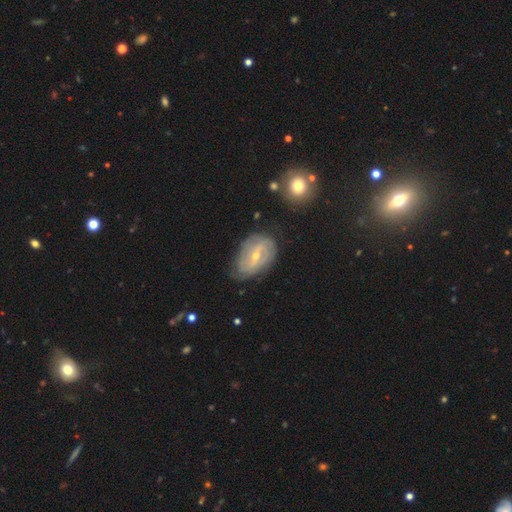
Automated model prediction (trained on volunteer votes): This appears to be a featured or disk galaxy (78%) with a weak bar (51%), tight (61%) spiral arms (86%) and a small central bulge (58%). Merging: none (65%).